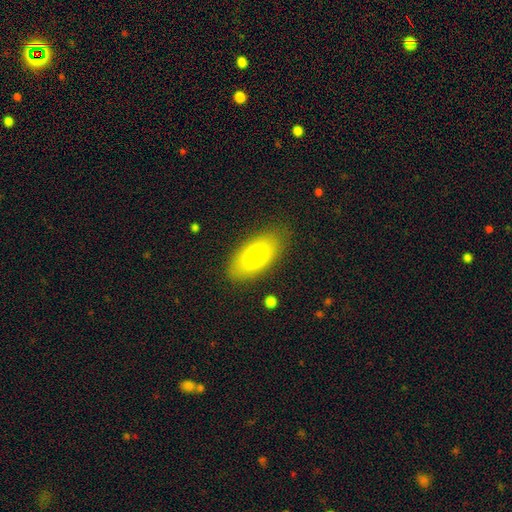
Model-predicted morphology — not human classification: This appears to be a smooth galaxy with no disk features (73%) that is in between round and cigar-shaped (89%). Merging: none (83%).